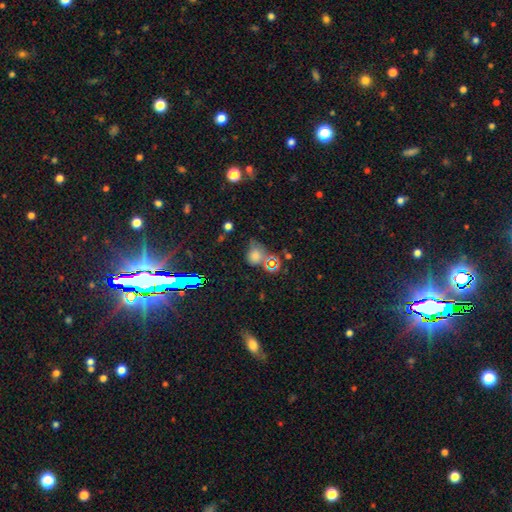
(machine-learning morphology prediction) smooth-or-featured: smooth: 64% | star or artifact: 26% | featured or disk: 10%
  how-rounded: round: 63% | in between: 35% | cigar-shaped: 2%
  merging: none: 49% | minor disturbance: 26% | major disturbance: 14% | merger: 11%